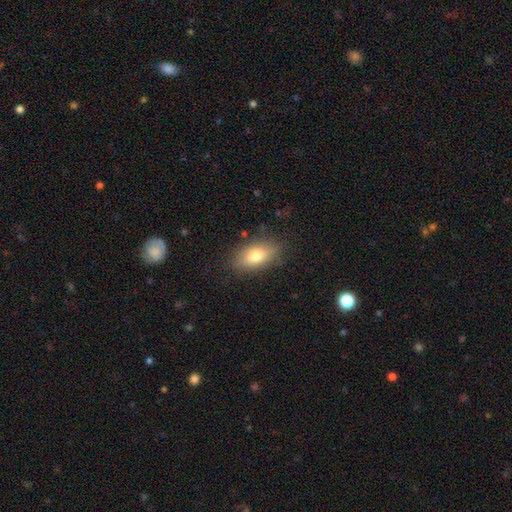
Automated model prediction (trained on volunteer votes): A smooth galaxy with no disk features (74%) that is in between round and cigar-shaped (86%). Merging: none (82%).